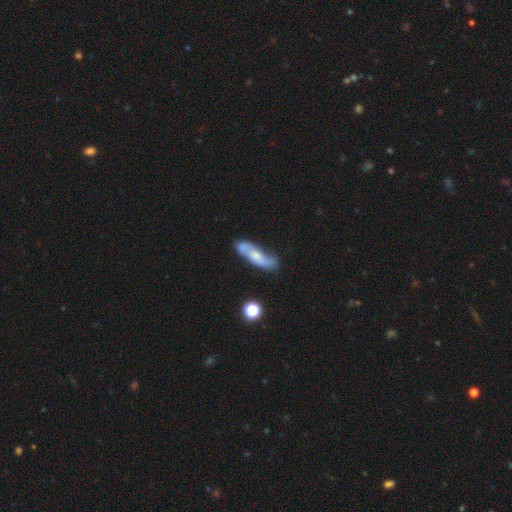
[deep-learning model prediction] smooth-or-featured: featured or disk: 49% | smooth: 44% | star or artifact: 7%
  merging: none: 53% | minor disturbance: 23% | merger: 16% | major disturbance: 8%